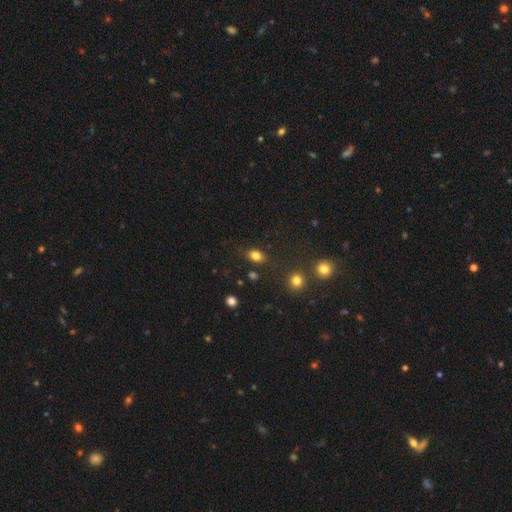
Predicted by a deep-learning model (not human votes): This is clearly a smooth galaxy (81%). How rounded: likely in between (75%). Merging: likely none (80%).